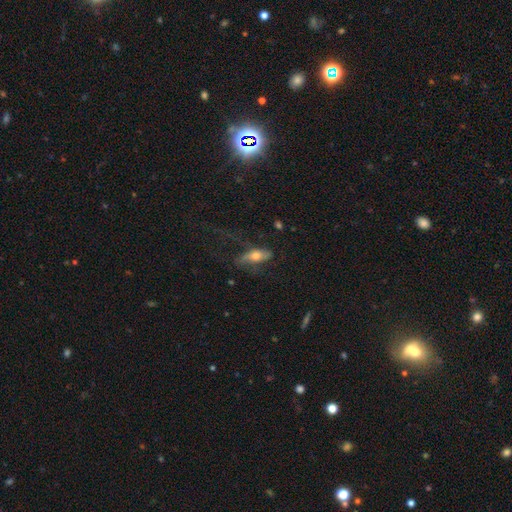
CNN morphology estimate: type=smooth (52%); roundness=in between (60%); merging=none (50%).